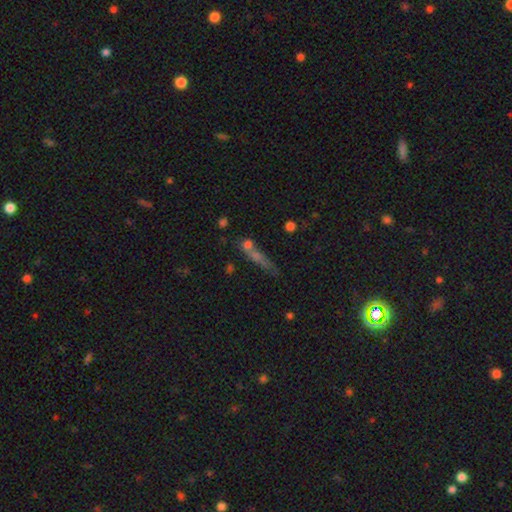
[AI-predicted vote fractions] A smooth galaxy with no disk features (46%). Merging: none (59%).